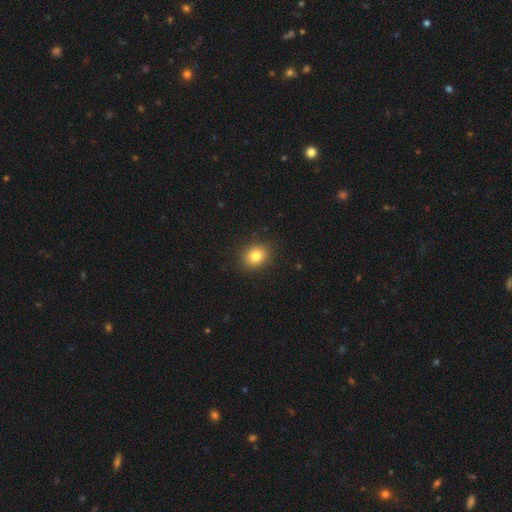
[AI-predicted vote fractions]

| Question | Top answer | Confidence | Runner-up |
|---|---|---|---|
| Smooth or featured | smooth | 81% | star or artifact (11%) |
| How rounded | round | 64% | in between (35%) |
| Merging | none | 90% | minor disturbance (7%) |